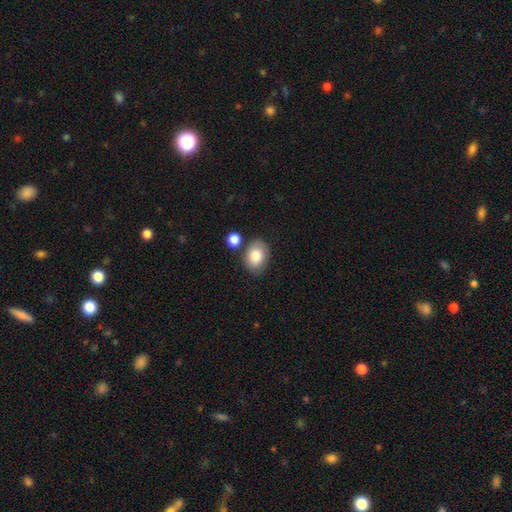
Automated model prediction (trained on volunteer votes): The model was most divided on "how rounded": in between: 73%, round: 26%, cigar-shaped: 1%. More confident: smooth or featured — smooth (83%); merging — none (73%).